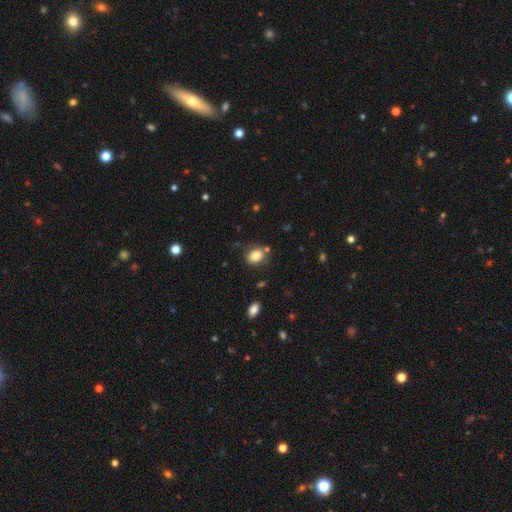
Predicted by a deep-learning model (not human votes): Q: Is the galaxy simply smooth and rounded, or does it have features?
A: smooth — 82%.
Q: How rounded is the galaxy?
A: in between — 61%.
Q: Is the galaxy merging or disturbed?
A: none — 72%.